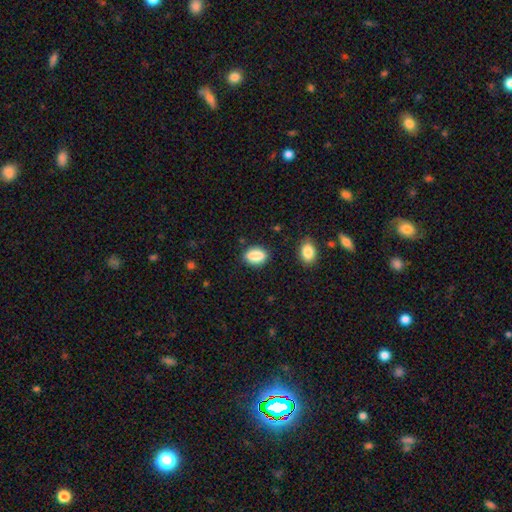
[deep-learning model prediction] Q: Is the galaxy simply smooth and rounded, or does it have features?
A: smooth — 86%.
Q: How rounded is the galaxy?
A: in between — 79%.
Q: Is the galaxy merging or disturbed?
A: none — 83%.